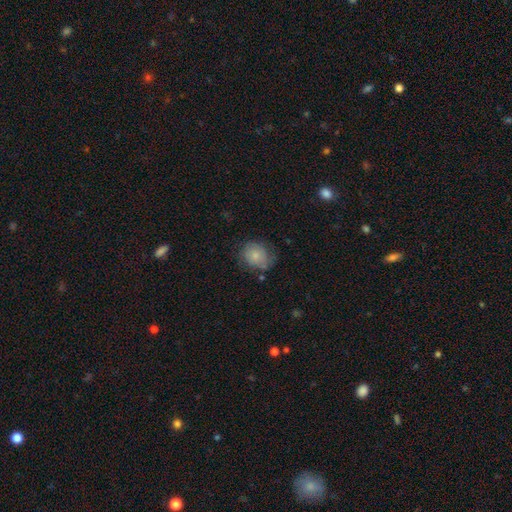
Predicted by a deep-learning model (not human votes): Morphology: type=smooth (75%); roundness=round (67%); merging=none (60%).